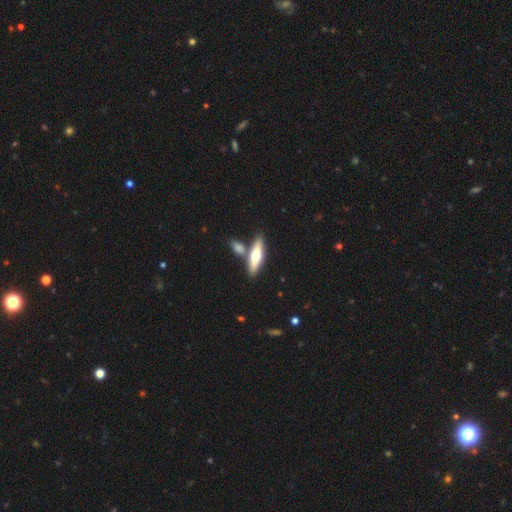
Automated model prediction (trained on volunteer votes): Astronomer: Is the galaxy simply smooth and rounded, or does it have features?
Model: smooth — 51% (runner-up: featured or disk, 44%).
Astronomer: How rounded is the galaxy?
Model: cigar-shaped — 64%.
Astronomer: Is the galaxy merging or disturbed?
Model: none — 66%.